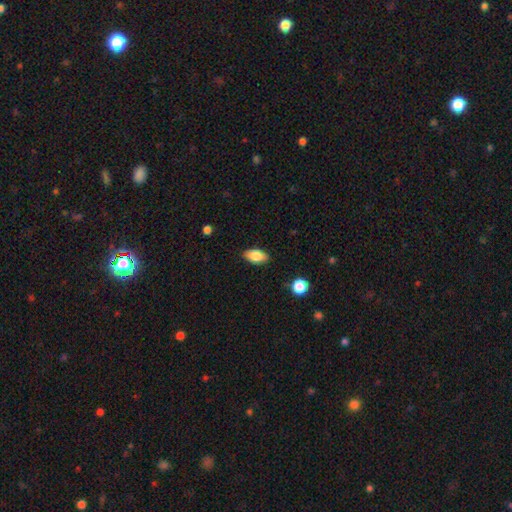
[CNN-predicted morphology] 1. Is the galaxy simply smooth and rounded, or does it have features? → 83% smooth, 10% featured or disk, 7% star or artifact.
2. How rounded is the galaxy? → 91% in between, 5% round, 4% cigar-shaped.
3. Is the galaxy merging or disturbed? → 86% none, 10% minor disturbance, 2% major disturbance, 1% merger.